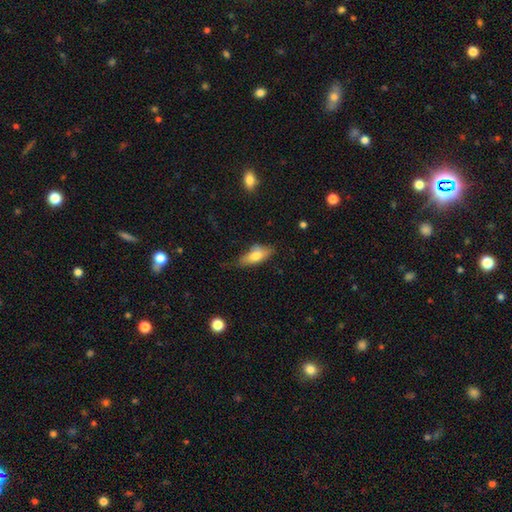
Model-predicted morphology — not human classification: smooth-or-featured: smooth: 72% | featured or disk: 21% | star or artifact: 7%
  how-rounded: in between: 77% | cigar-shaped: 20% | round: 3%
  merging: none: 61% | minor disturbance: 29% | major disturbance: 7% | merger: 3%